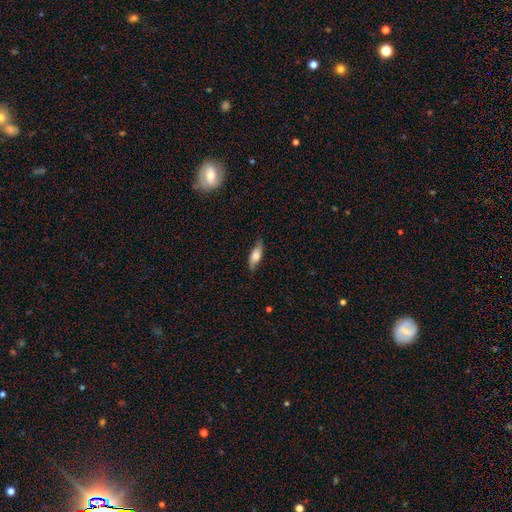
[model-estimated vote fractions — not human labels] Smooth or featured?
  - smooth: 61% *
  - featured or disk: 33%
  - star or artifact: 7%
How rounded?
  - in between: 59% *
  - cigar-shaped: 37%
  - round: 3%
Merging?
  - none: 77% *
  - minor disturbance: 18%
  - major disturbance: 4%
  - merger: 1%